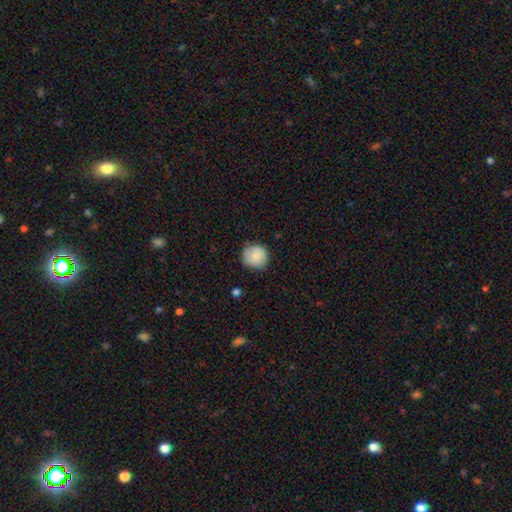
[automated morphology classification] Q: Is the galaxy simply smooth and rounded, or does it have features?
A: smooth — 84%.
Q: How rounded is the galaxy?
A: round — 87%.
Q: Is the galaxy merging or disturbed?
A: none — 77%.